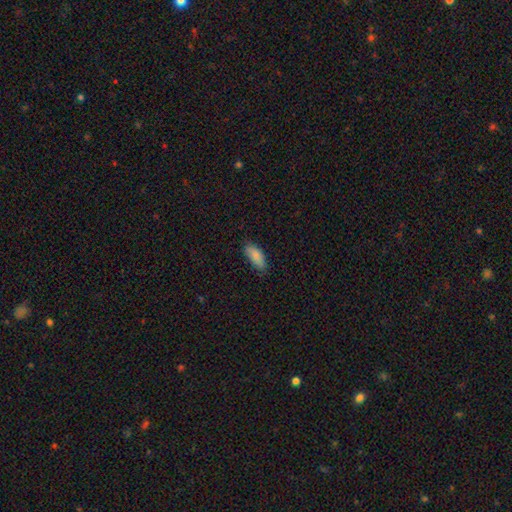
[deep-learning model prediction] This is clearly a smooth galaxy (86%). How rounded: clearly in between (83%). Merging: likely none (76%).